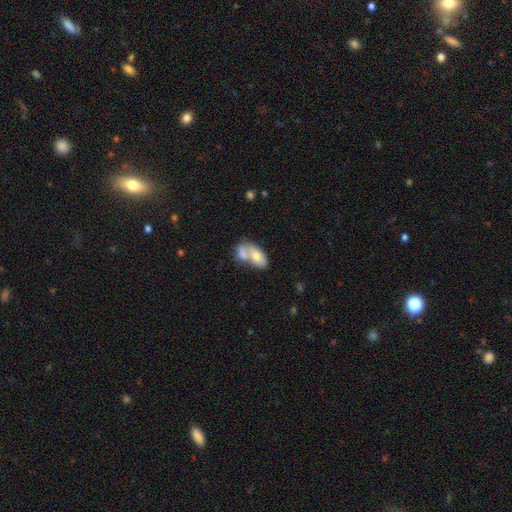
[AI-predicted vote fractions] The model was most divided on "smooth or featured": smooth: 69%, featured or disk: 24%, star or artifact: 6%. More confident: how rounded — in between (90%); merging — merger (67%).